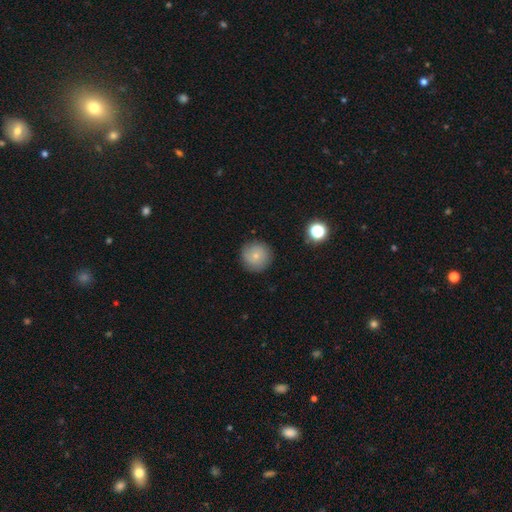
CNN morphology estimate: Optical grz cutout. It shows a smooth galaxy with no disk features (72%) that is round (95%). Merging: none (86%).